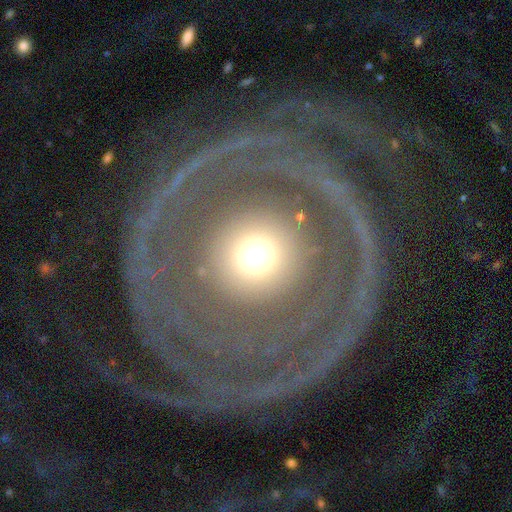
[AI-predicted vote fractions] Smooth or featured: featured or disk — 72% (smooth — 21%)
Edge-on disk: no — 96% (yes — 4%)
Bar: no — 89% (weak — 7%)
Spiral arms: yes — 60% (no — 40%)
Bulge size: moderate — 52% (small — 29%)
Merging: none — 74% (major disturbance — 12%)